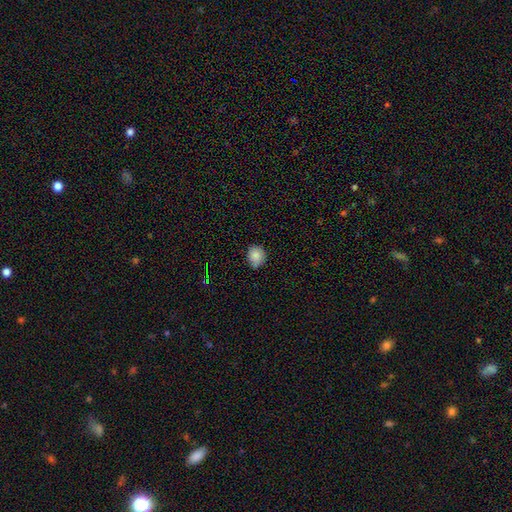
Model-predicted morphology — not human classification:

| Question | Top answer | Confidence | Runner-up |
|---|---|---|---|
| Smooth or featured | smooth | 84% | star or artifact (10%) |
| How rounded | round | 72% | in between (27%) |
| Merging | none | 63% | minor disturbance (30%) |